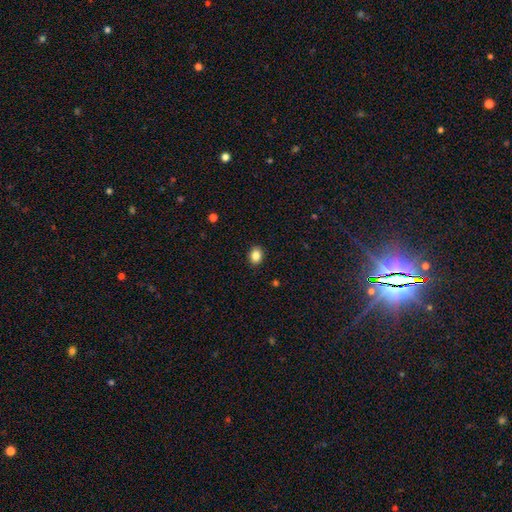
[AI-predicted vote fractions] smooth_or_featured: smooth (p=0.85) [alt: star or artifact p=0.10]
how_rounded: in between (p=0.57) [alt: round p=0.43]
merging: none (p=0.90) [alt: minor disturbance p=0.07]